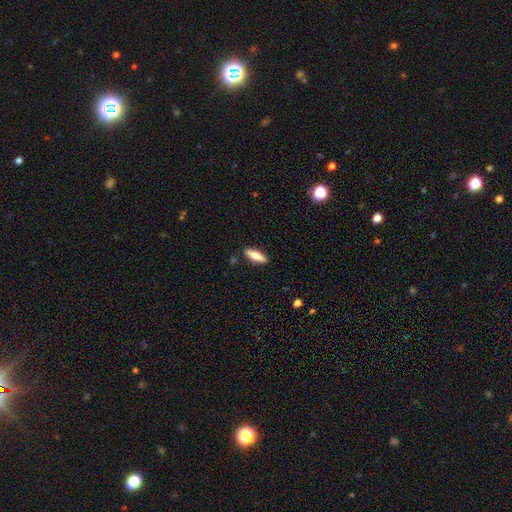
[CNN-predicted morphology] This is likely a smooth galaxy (76%). How rounded: possibly in between (50%). Merging: clearly none (88%).